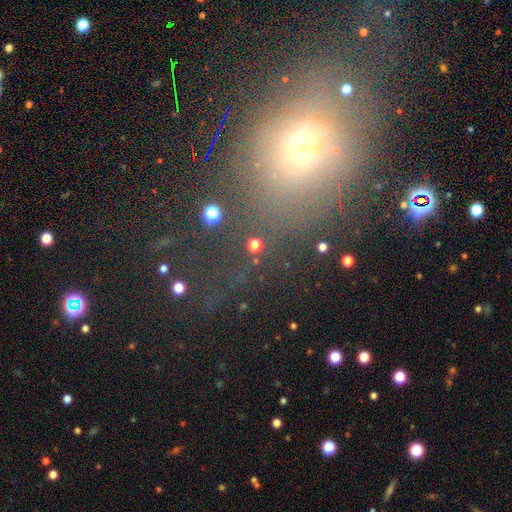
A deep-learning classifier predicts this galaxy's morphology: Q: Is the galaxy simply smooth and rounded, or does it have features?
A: smooth — 45%.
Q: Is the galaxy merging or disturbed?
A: none — 63%.